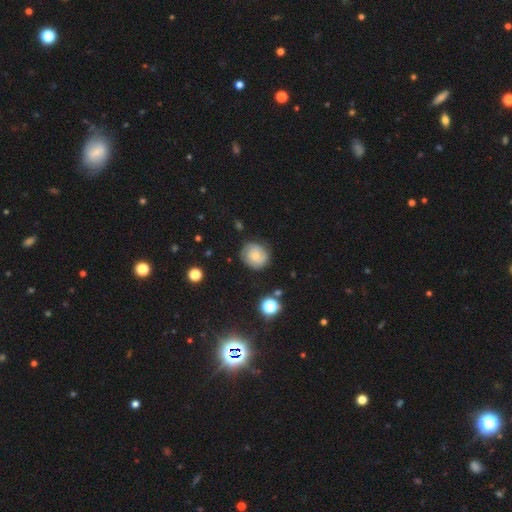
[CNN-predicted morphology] Q: Smooth or featured?
A: smooth (58%); runner-up: featured or disk (32%)
Q: How rounded?
A: round (84%); runner-up: in between (15%)
Q: Merging?
A: none (77%); runner-up: minor disturbance (17%)